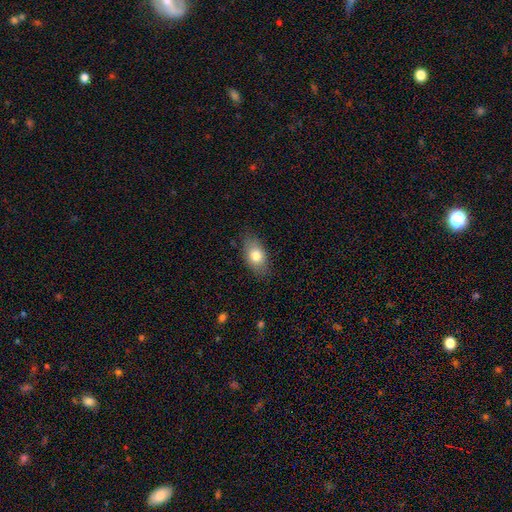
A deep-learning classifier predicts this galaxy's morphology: smooth 78%, featured or disk 15%, star or artifact 8%. Down the decision tree: how rounded — in between (88%); merging — none (81%).